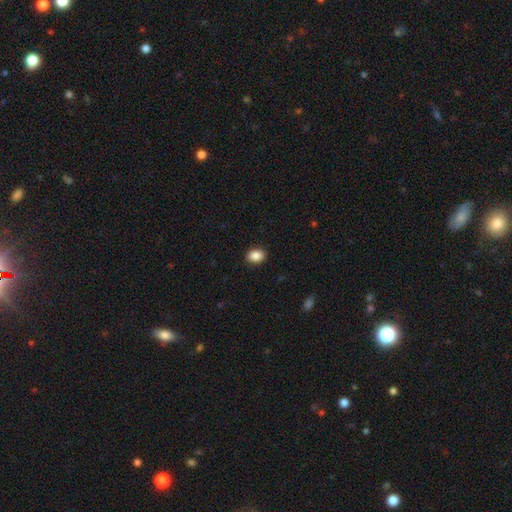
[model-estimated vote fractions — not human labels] Smooth or featured? Predicted: smooth (p=0.88). How rounded? Predicted: in between (p=0.68). Merging? Predicted: none (p=0.90).